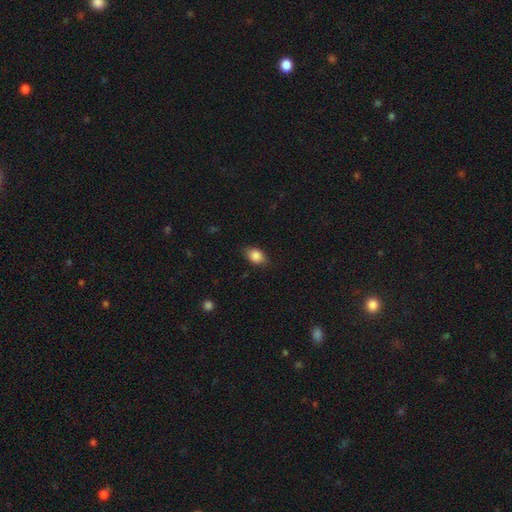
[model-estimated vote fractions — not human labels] Smooth or featured? smooth (87%)
How rounded? in between (77%)
Merging? none (80%)